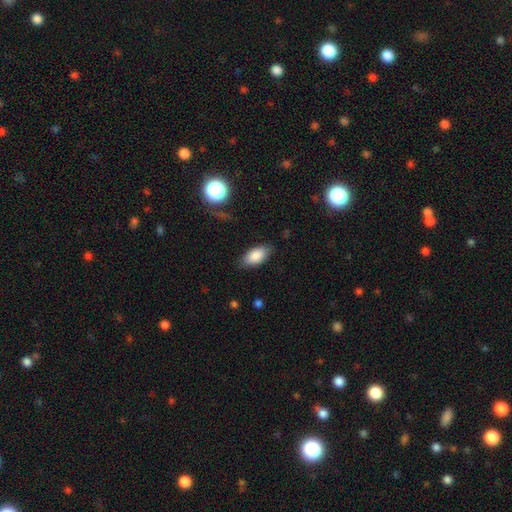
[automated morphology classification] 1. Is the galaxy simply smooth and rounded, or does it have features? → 86% smooth, 7% star or artifact, 7% featured or disk.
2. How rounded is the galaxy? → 92% in between, 5% cigar-shaped, 3% round.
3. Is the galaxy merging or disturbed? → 83% none, 12% minor disturbance, 3% major disturbance, 1% merger.